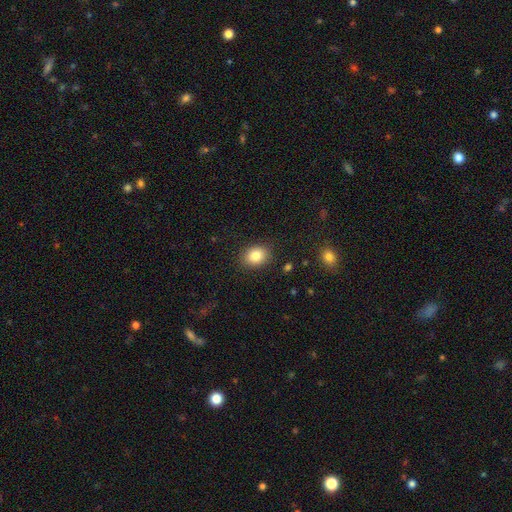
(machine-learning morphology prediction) type=smooth (83%); roundness=round (50%); merging=none (87%).